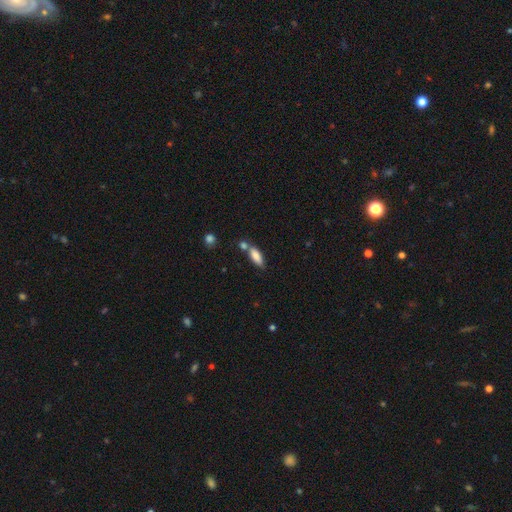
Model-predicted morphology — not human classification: This appears to be a smooth galaxy with no disk features (82%) that is in between round and cigar-shaped (66%). Merging: none (57%).